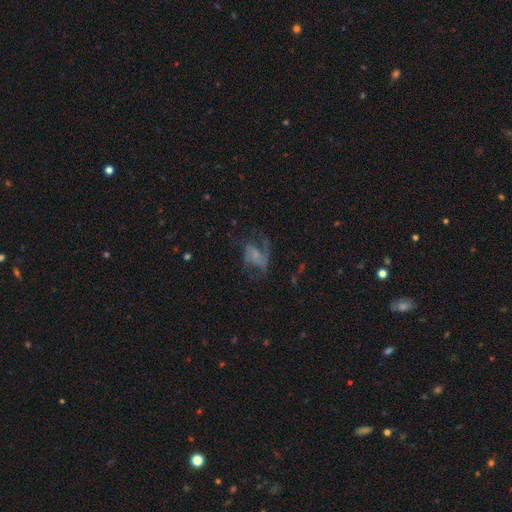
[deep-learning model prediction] Morphology: type=featured or disk (64%); edge-on=no (97%); bar=no (56%); spiral arms=yes (75%); bulge=none (49%); merging=major disturbance (40%).